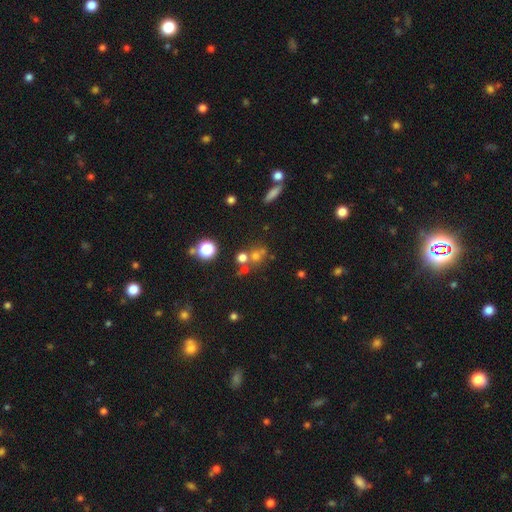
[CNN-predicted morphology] smooth-or-featured: smooth: 59% | star or artifact: 26% | featured or disk: 14%
  how-rounded: round: 83% | in between: 15% | cigar-shaped: 1%
  merging: none: 53% | merger: 33% | minor disturbance: 9% | major disturbance: 5%